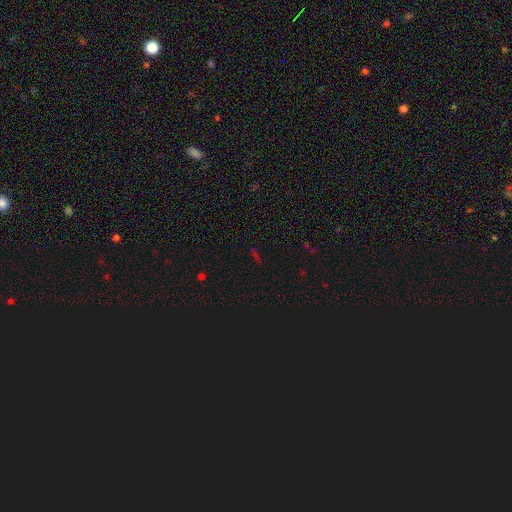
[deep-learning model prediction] smooth-or-featured: star or artifact: 68% | smooth: 20% | featured or disk: 12%